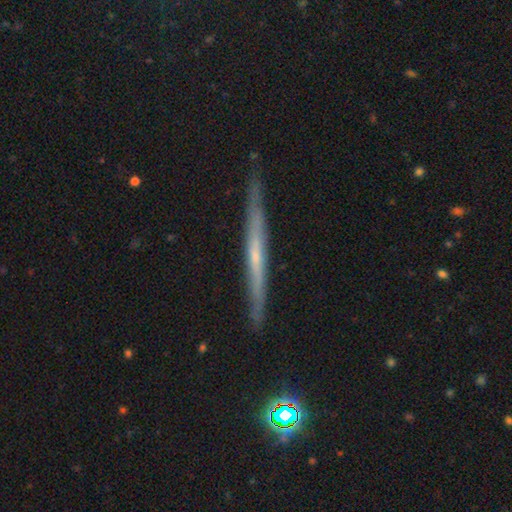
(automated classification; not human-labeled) Smooth or featured?
  - featured or disk: 65% *
  - smooth: 29%
  - star or artifact: 6%
Edge-on disk?
  - yes: 96% *
  - no: 4%
Edge-on bulge?
  - none: 73% *
  - rounded: 22%
  - boxy: 5%
Merging?
  - none: 86% *
  - minor disturbance: 11%
  - major disturbance: 2%
  - merger: 1%